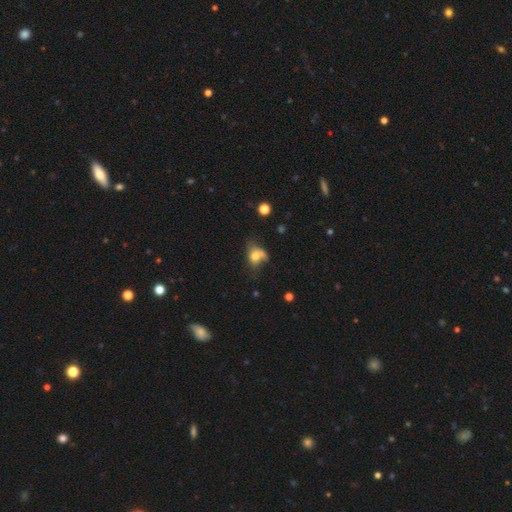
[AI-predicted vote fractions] Smooth or featured?
  - smooth: 64% *
  - featured or disk: 23%
  - star or artifact: 12%
How rounded?
  - in between: 55% *
  - round: 43%
  - cigar-shaped: 2%
Merging?
  - none: 31% *
  - major disturbance: 29%
  - minor disturbance: 27%
  - merger: 12%